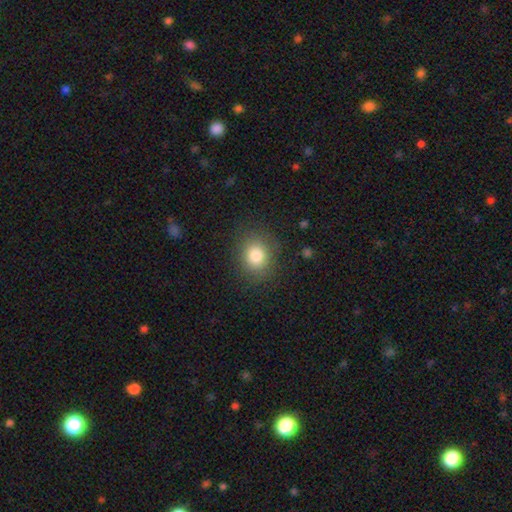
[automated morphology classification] The model was most divided on "how rounded": round: 70%, in between: 29%, cigar-shaped: 1%. More confident: merging — none (85%); smooth or featured — smooth (82%).